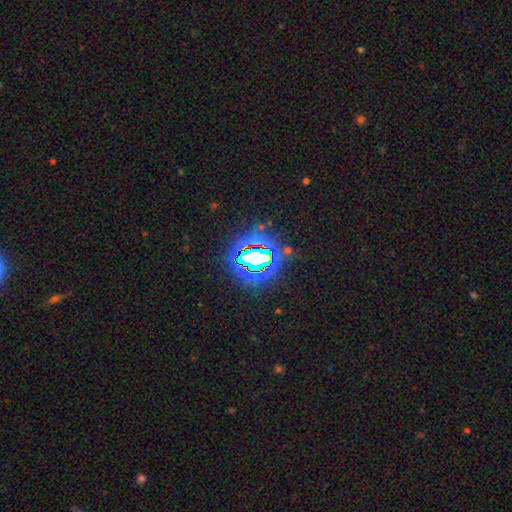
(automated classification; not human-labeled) Q: Smooth or featured?
A: star or artifact (75%); runner-up: smooth (15%)